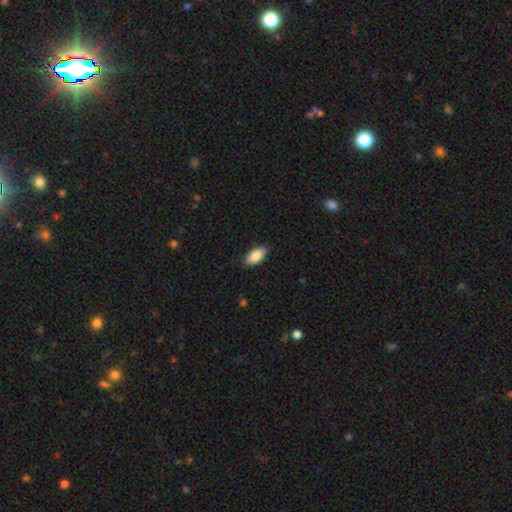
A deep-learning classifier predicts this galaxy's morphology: Smooth or featured?
  - smooth: 88% *
  - star or artifact: 6%
  - featured or disk: 6%
How rounded?
  - in between: 93% *
  - cigar-shaped: 5%
  - round: 2%
Merging?
  - none: 86% *
  - minor disturbance: 11%
  - major disturbance: 2%
  - merger: 1%